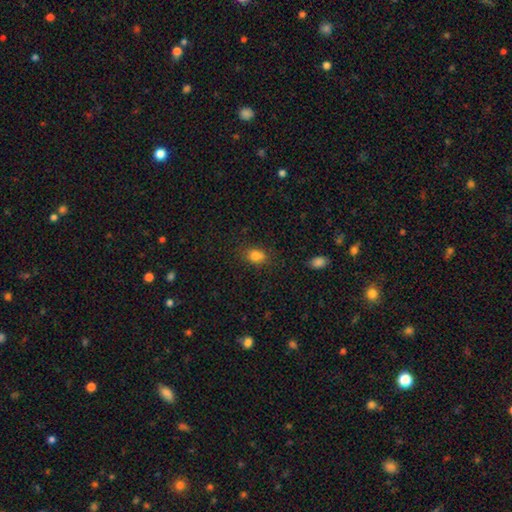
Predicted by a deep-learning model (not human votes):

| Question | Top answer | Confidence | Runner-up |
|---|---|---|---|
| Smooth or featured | smooth | 82% | star or artifact (12%) |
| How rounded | in between | 65% | round (34%) |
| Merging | none | 79% | minor disturbance (15%) |